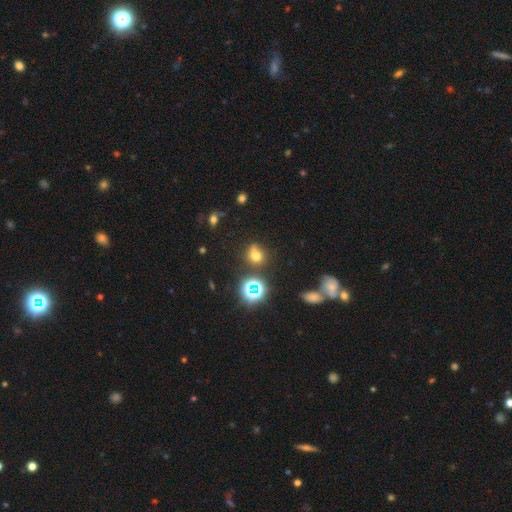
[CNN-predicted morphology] The model was most divided on "smooth or featured": smooth: 58%, star or artifact: 29%, featured or disk: 13%. More confident: how rounded — round (66%); merging — none (58%).